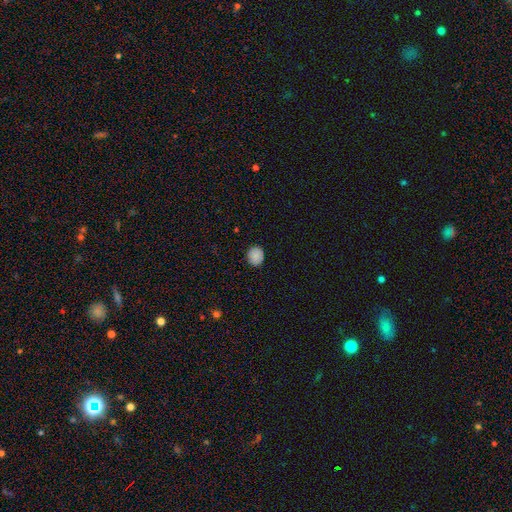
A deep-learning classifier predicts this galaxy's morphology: Overall: smooth (87%). How rounded: round (68%; in between 31%). Merging: none (87%).